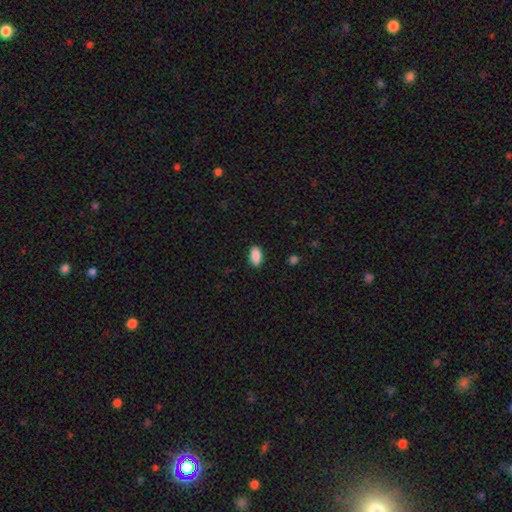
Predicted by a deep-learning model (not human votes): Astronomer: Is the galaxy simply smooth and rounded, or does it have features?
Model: smooth — 89%.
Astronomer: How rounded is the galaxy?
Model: in between — 90%.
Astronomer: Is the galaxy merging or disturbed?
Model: none — 88%.